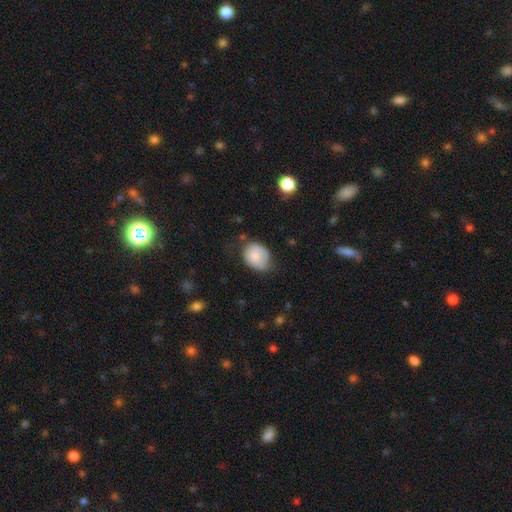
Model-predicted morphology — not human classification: A smooth galaxy with no disk features (77%) that is in between round and cigar-shaped (57%).

Vote fractions:
- Smooth or featured? smooth: 77% / featured or disk: 16% / star or artifact: 7%
- How rounded? in between: 57% / round: 42% / cigar-shaped: 1%
- Merging? none: 49% / minor disturbance: 37% / major disturbance: 11% / merger: 2%